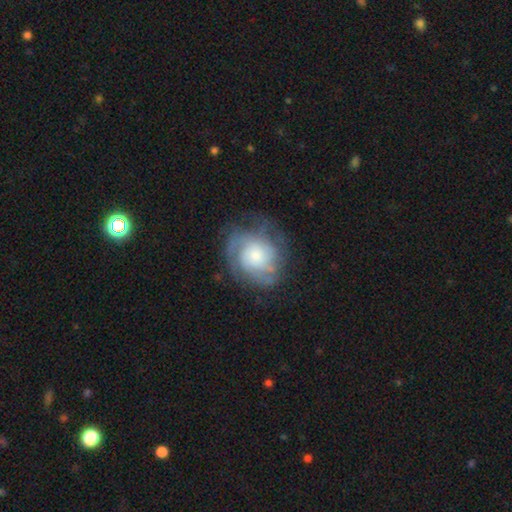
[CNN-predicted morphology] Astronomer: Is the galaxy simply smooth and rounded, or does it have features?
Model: featured or disk — 66%.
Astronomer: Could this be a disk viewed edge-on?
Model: no — 98%.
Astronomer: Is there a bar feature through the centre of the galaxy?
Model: no — 82%.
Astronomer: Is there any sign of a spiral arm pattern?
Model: yes — 84%.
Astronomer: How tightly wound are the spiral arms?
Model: tight — 58%.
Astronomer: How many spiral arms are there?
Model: can't tell — 47%.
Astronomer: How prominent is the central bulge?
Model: small — 36%, tied with moderate at 36%.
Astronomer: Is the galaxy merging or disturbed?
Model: none — 64%.